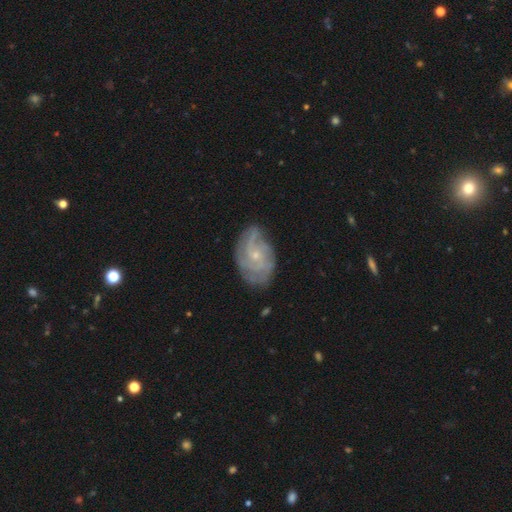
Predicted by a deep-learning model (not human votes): A featured or disk galaxy (81%) with no bar (71%), tight (57%) spiral arms (95%) and a small central bulge (76%). Merging: none (71%).